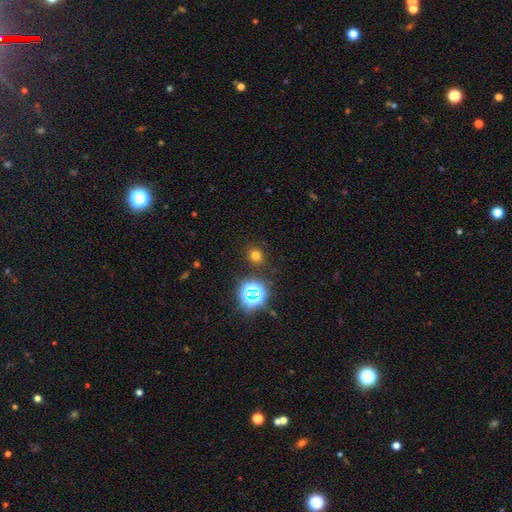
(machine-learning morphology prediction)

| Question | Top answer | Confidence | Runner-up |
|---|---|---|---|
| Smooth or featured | smooth | 69% | star or artifact (24%) |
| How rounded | round | 77% | in between (22%) |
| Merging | none | 88% | minor disturbance (7%) |